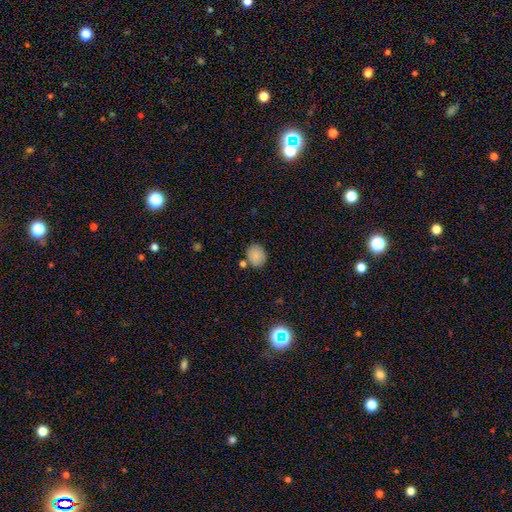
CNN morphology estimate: Smooth or featured?
  - smooth: 86% *
  - star or artifact: 9%
  - featured or disk: 5%
How rounded?
  - round: 59% *
  - in between: 40%
  - cigar-shaped: 1%
Merging?
  - none: 74% *
  - minor disturbance: 13%
  - merger: 9%
  - major disturbance: 3%